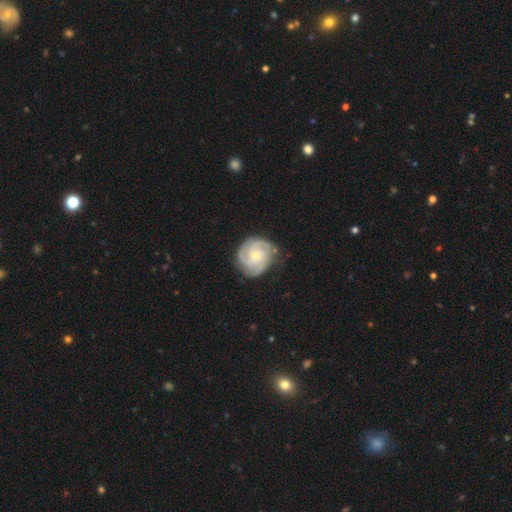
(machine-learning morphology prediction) This appears to be a featured or disk galaxy (89%) with no bar (75%), 3 (59%) tight (71%) spiral arms (98%) and a small central bulge (61%). Merging: none (79%).